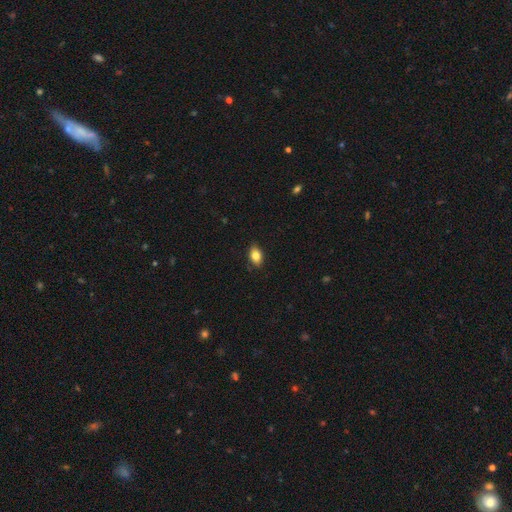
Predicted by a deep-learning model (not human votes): Smooth or featured: smooth — 82% (featured or disk — 9%)
How rounded: in between — 84% (round — 13%)
Merging: none — 85% (minor disturbance — 12%)